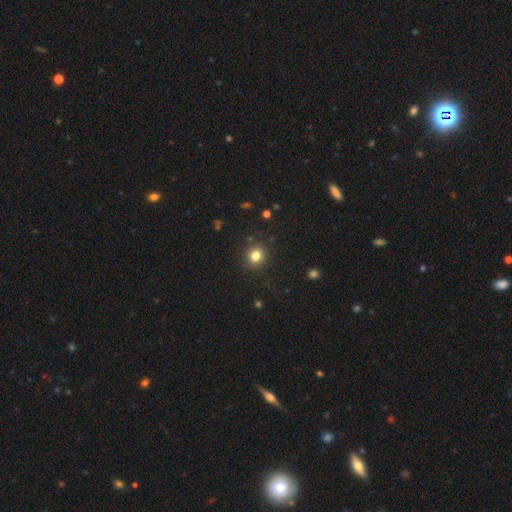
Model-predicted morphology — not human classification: smooth_or_featured: smooth (p=0.81) [alt: star or artifact p=0.14]
how_rounded: round (p=0.87) [alt: in between p=0.12]
merging: none (p=0.90) [alt: minor disturbance p=0.06]